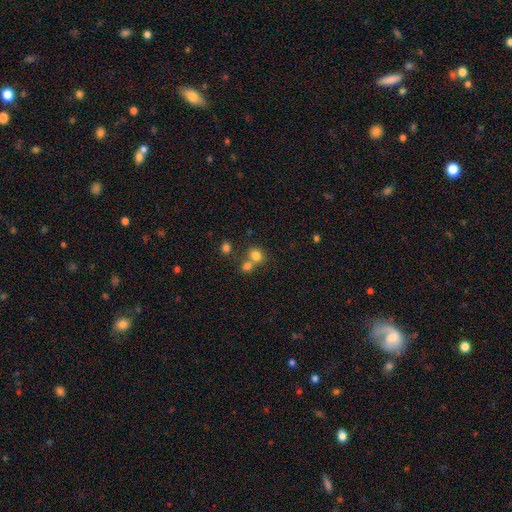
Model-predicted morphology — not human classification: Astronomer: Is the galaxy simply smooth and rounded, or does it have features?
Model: smooth — 78%.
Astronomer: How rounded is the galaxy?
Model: round — 67%.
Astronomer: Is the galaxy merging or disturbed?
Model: none — 47% (runner-up: merger, 41%).